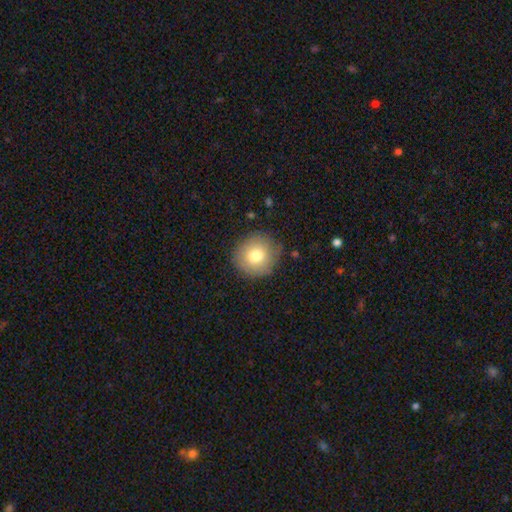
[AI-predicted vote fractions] A smooth galaxy with no disk features (78%) that is round (91%). Merging: none (83%).